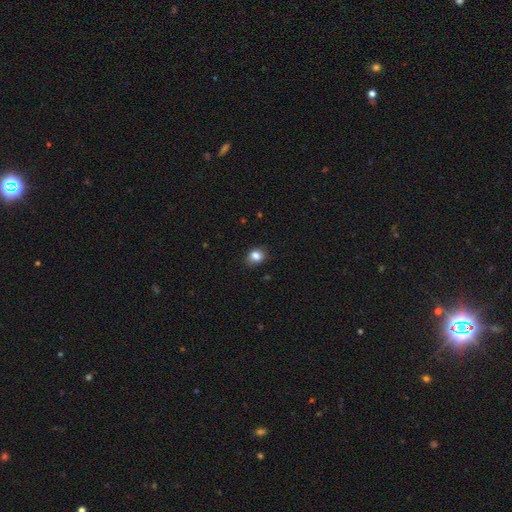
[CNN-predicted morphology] smooth-or-featured: smooth: 84% | star or artifact: 10% | featured or disk: 6%
  how-rounded: round: 52% | in between: 47% | cigar-shaped: 1%
  merging: none: 76% | minor disturbance: 19% | major disturbance: 4% | merger: 1%